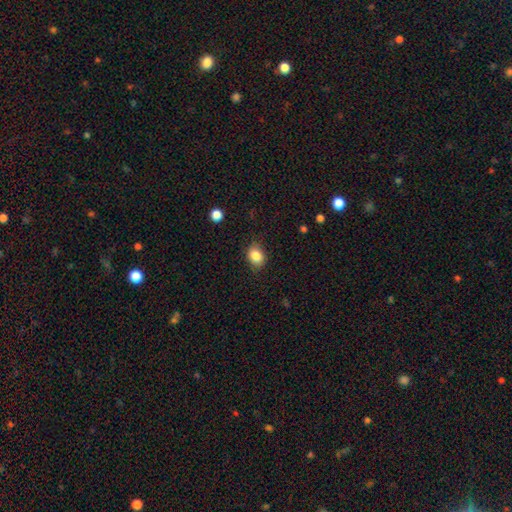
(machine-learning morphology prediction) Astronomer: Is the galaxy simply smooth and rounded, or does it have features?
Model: smooth — 85%.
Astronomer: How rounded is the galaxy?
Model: in between — 59% (runner-up: round, 40%).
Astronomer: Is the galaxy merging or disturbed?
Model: none — 81%.